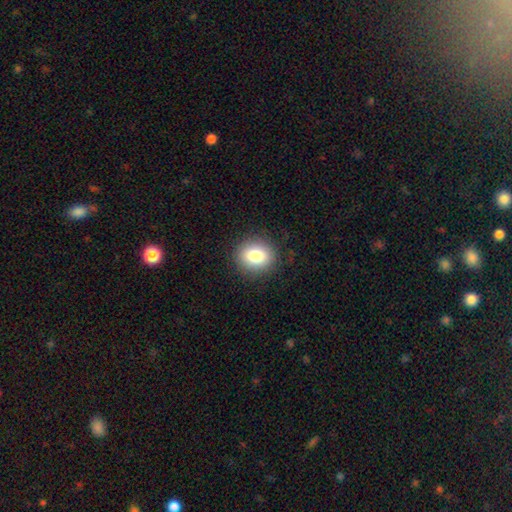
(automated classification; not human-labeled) The model was most divided on "how rounded": round: 70%, in between: 30%, cigar-shaped: 1%. More confident: merging — none (88%); smooth or featured — smooth (82%).